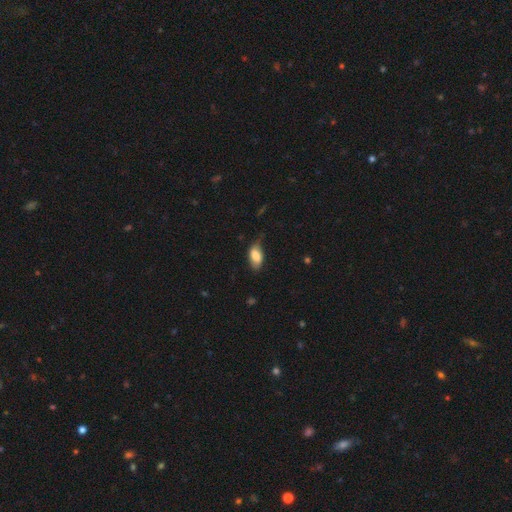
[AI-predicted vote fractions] The model was most divided on "merging": none: 58%, minor disturbance: 32%, major disturbance: 8%, merger: 2%. More confident: how rounded — in between (91%); smooth or featured — smooth (75%).